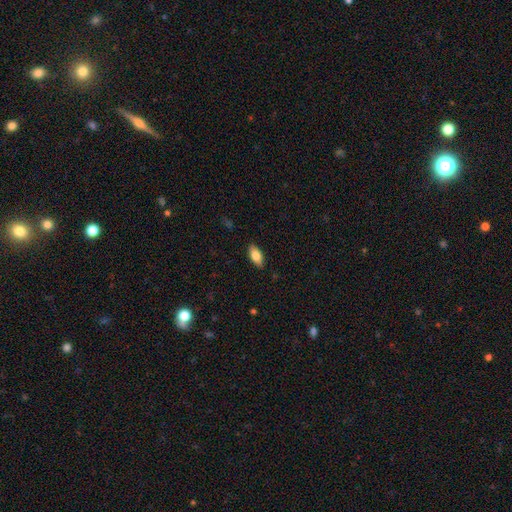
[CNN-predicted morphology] The model was most divided on "smooth or featured": smooth: 79%, featured or disk: 15%, star or artifact: 7%. More confident: how rounded — in between (89%); merging — none (87%).